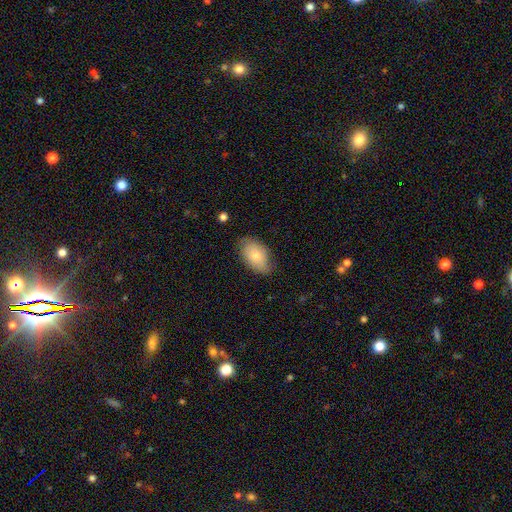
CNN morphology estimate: The model was most divided on "merging": none: 72%, minor disturbance: 22%, major disturbance: 4%, merger: 1%. More confident: how rounded — in between (92%); smooth or featured — smooth (76%).